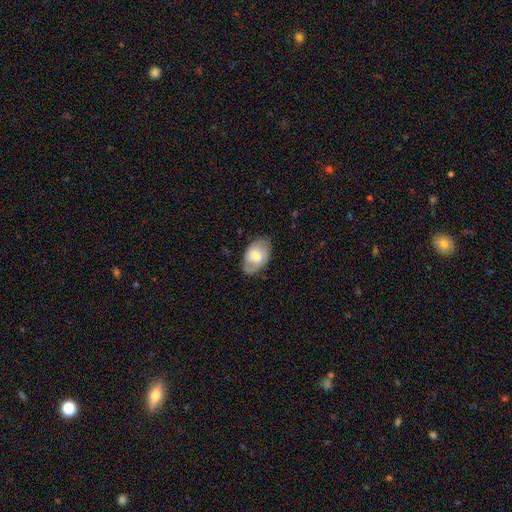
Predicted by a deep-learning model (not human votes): This appears to be a smooth galaxy with no disk features (58%) that is in between round and cigar-shaped (89%). Merging: none (76%).